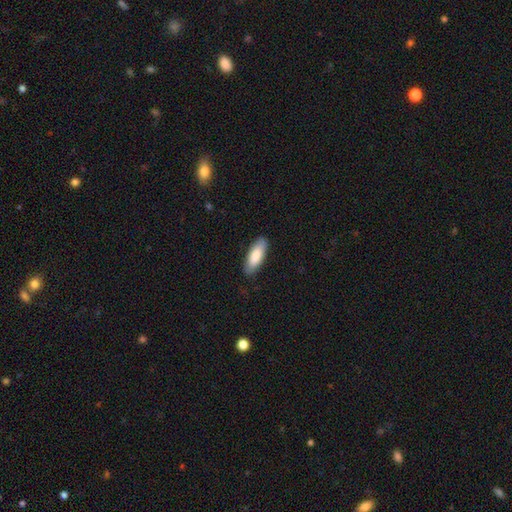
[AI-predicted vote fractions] This appears to be a smooth galaxy with no disk features (84%) that is in between round and cigar-shaped (72%). Merging: none (87%).